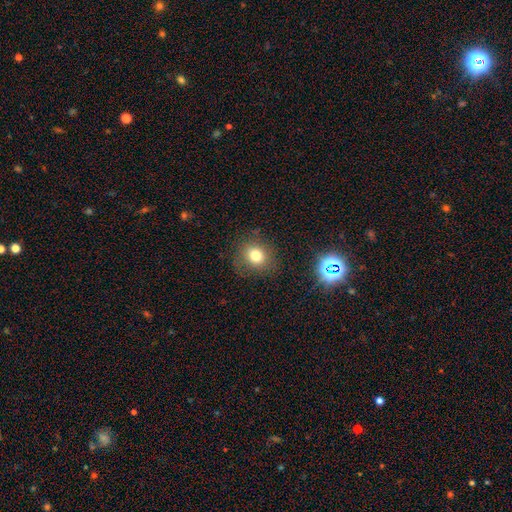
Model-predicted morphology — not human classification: This appears to be a smooth galaxy with no disk features (75%) that is round (77%). Merging: none (82%).